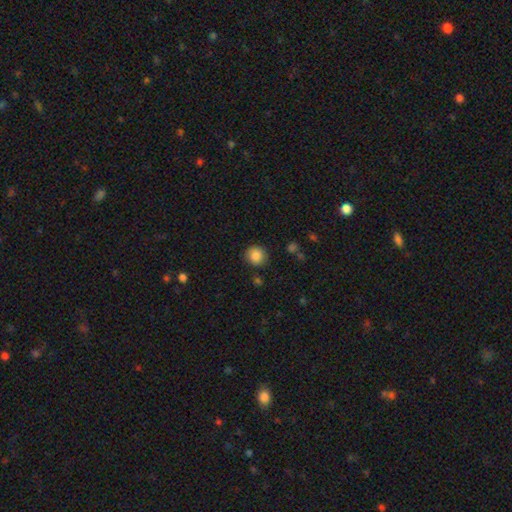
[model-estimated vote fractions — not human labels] Smooth or featured?
  - smooth: 86% *
  - star or artifact: 9%
  - featured or disk: 4%
How rounded?
  - round: 90% *
  - in between: 9%
  - cigar-shaped: 1%
Merging?
  - none: 88% *
  - minor disturbance: 8%
  - major disturbance: 2%
  - merger: 2%